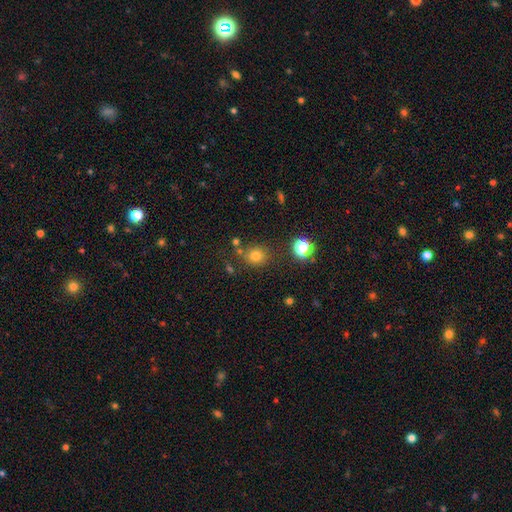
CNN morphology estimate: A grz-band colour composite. It shows a smooth galaxy with no disk features (74%) that is round (84%). Merging: none (76%).